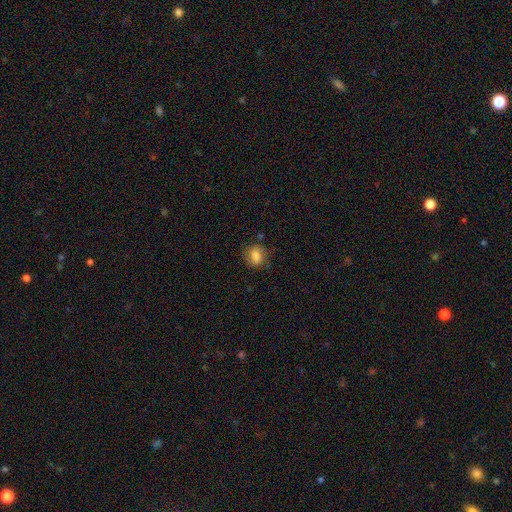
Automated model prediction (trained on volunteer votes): Smooth or featured: smooth — 77% (featured or disk — 14%)
How rounded: in between — 58% (round — 40%)
Merging: none — 71% (minor disturbance — 20%)